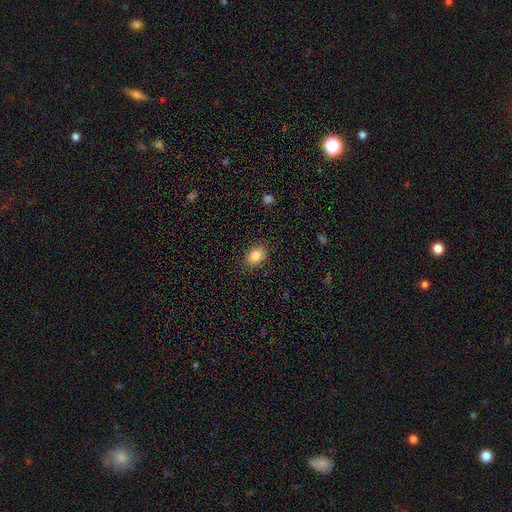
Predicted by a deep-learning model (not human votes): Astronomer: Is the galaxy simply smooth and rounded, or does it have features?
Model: smooth — 85%.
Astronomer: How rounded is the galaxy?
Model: in between — 75%.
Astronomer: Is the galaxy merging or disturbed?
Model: none — 87%.